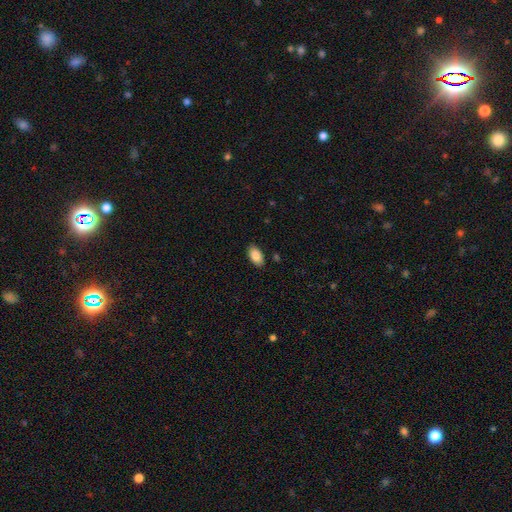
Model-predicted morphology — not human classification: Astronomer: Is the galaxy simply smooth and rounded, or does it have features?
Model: smooth — 89%.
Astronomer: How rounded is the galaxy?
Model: in between — 94%.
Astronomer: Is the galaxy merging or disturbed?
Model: none — 87%.